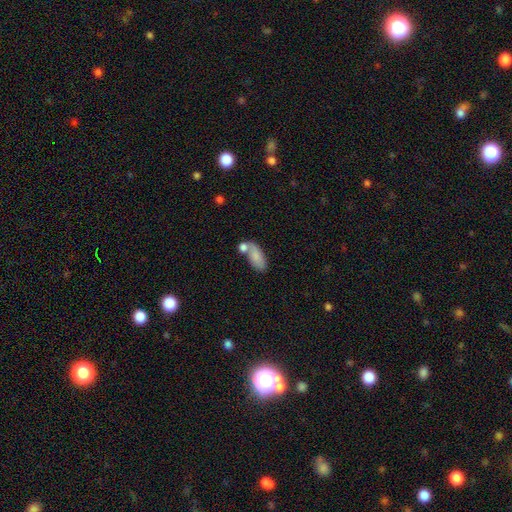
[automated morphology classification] A smooth galaxy with no disk features (78%) that is in between round and cigar-shaped (86%). Merging: none (38%, tied with merger).